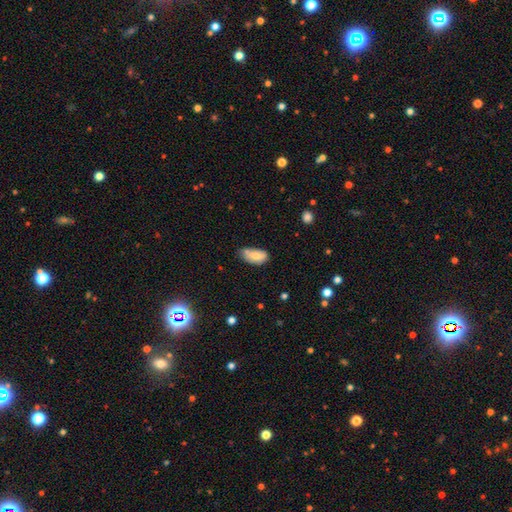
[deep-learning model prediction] Overall: smooth (69%). How rounded: in between (92%). Merging: none (46%; minor disturbance 38%).